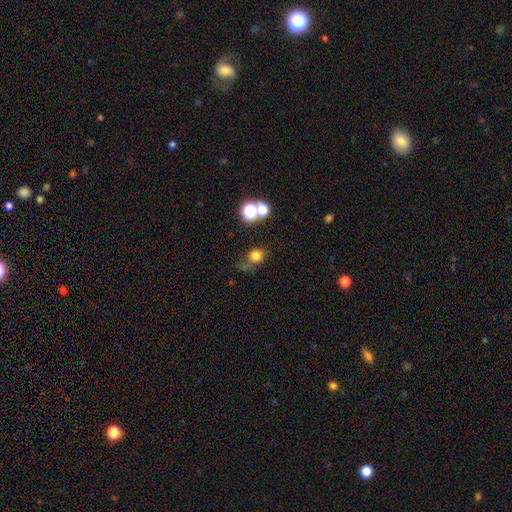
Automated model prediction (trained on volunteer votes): This appears to be a smooth galaxy with no disk features (75%) that is round (68%). Merging: none (53%).